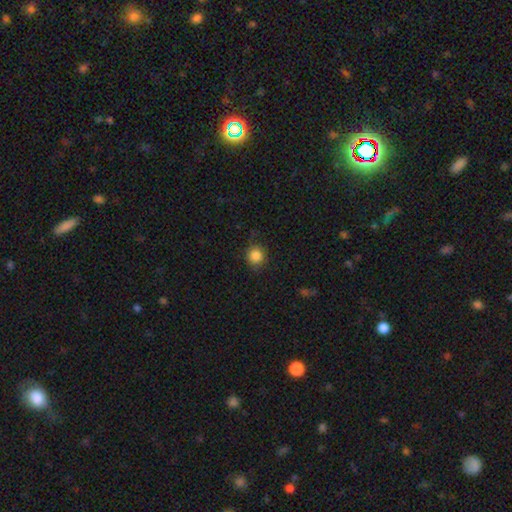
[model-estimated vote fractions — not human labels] This is clearly a smooth galaxy (85%). How rounded: clearly round (89%). Merging: clearly none (84%).